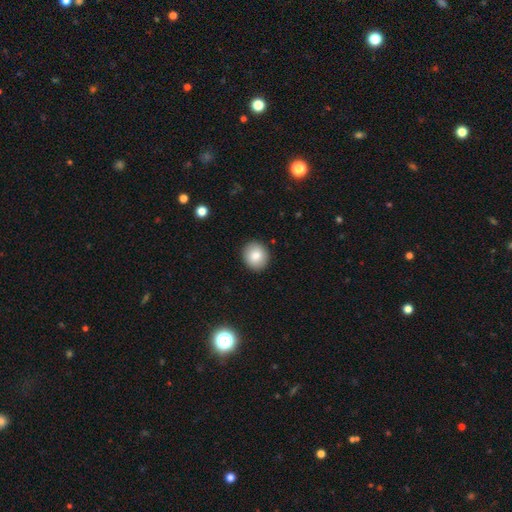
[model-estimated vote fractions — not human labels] A smooth galaxy with no disk features (83%) that is round (78%). Merging: none (91%).